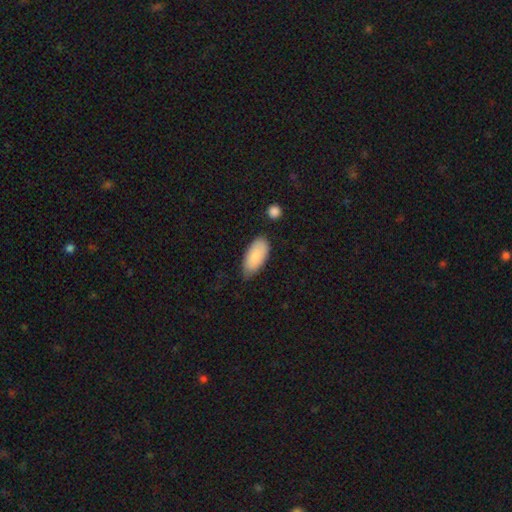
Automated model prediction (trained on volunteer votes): This appears to be a smooth galaxy with no disk features (88%) that is in between round and cigar-shaped (92%). Merging: none (69%).